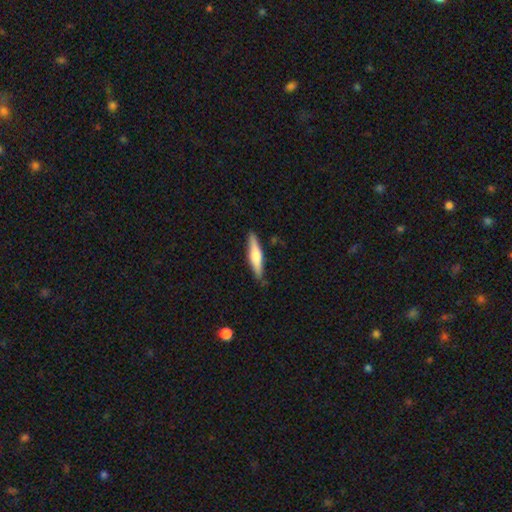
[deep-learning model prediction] Smooth or featured? Predicted: smooth (p=0.56). How rounded? Predicted: cigar-shaped (p=0.82). Merging? Predicted: none (p=0.86).